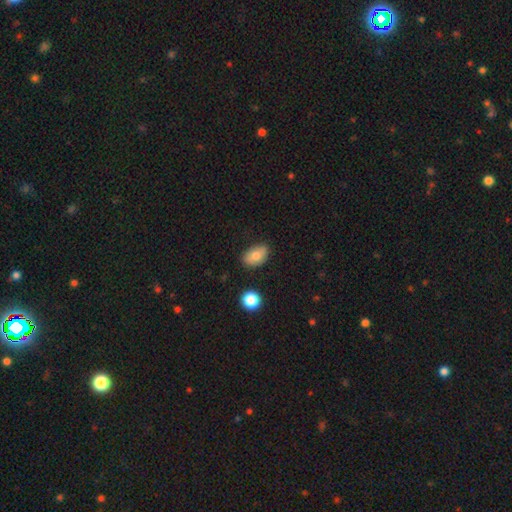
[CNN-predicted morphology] This appears to be a smooth galaxy with no disk features (78%) that is in between round and cigar-shaped (86%). Merging: none (77%).